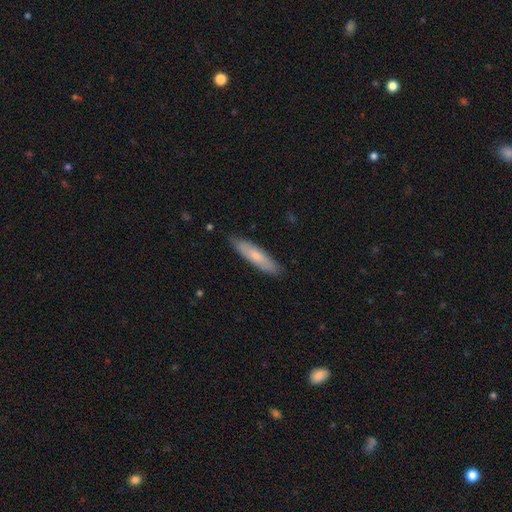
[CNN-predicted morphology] Smooth or featured?
  - smooth: 68% *
  - featured or disk: 26%
  - star or artifact: 6%
How rounded?
  - cigar-shaped: 77% *
  - in between: 21%
  - round: 1%
Merging?
  - none: 84% *
  - minor disturbance: 13%
  - major disturbance: 2%
  - merger: 1%